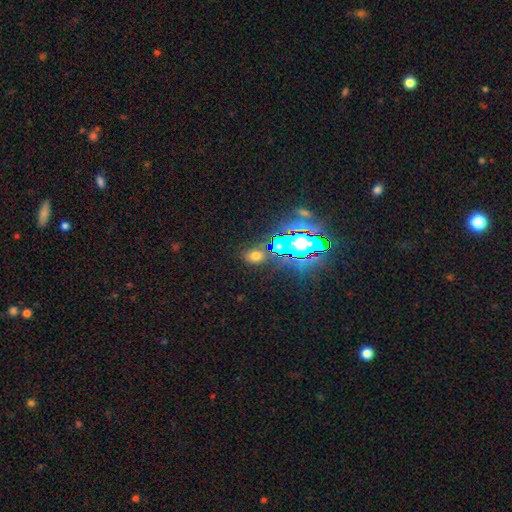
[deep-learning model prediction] Smooth or featured? smooth (58%)
How rounded? in between (59%)
Merging? none (81%)